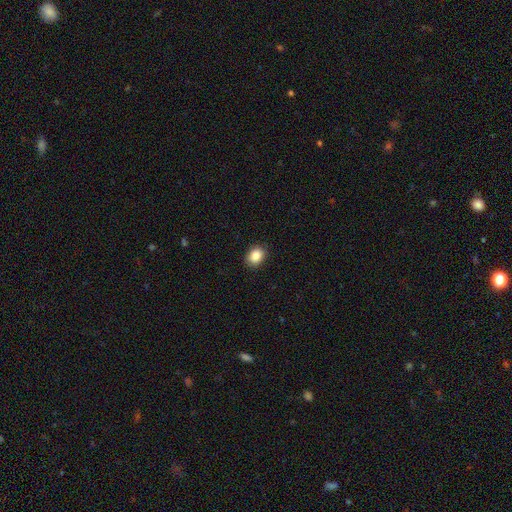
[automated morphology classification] Overall: smooth (88%). How rounded: in between (59%; round 40%). Merging: none (88%).